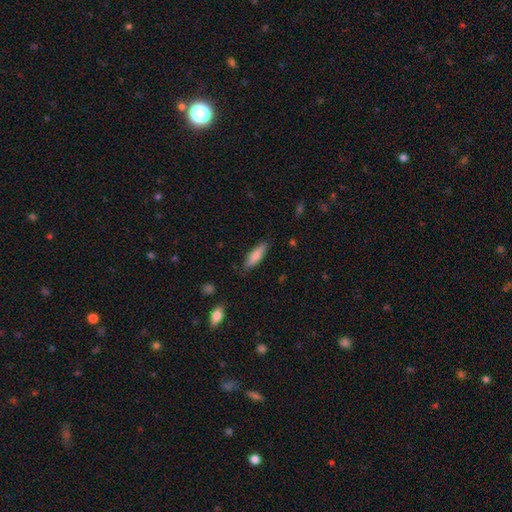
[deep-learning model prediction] This appears to be a smooth galaxy with no disk features (80%) that is cigar-shaped (62%). Merging: none (82%).